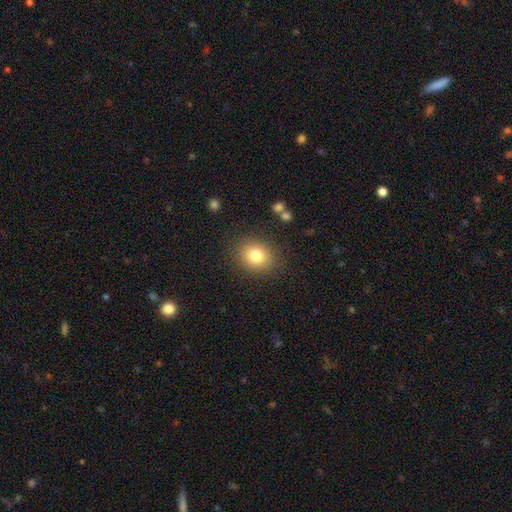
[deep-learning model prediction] Q: Smooth or featured?
A: smooth (80%); runner-up: star or artifact (11%)
Q: How rounded?
A: round (62%); runner-up: in between (37%)
Q: Merging?
A: none (86%); runner-up: minor disturbance (9%)